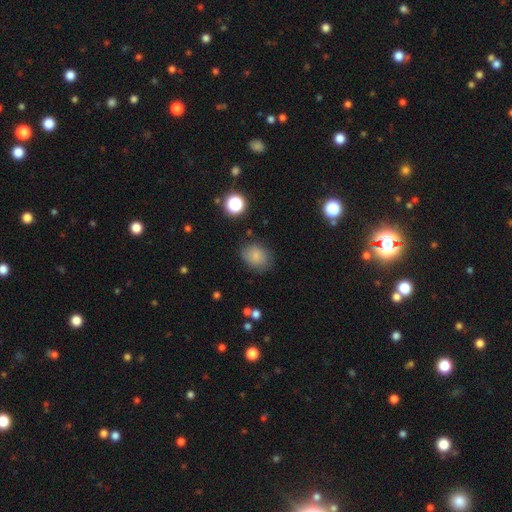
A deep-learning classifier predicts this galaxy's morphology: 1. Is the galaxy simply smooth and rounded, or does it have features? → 81% smooth, 11% star or artifact, 8% featured or disk.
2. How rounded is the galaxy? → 53% round, 46% in between, 1% cigar-shaped.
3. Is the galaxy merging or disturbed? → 76% none, 17% minor disturbance, 5% major disturbance, 2% merger.